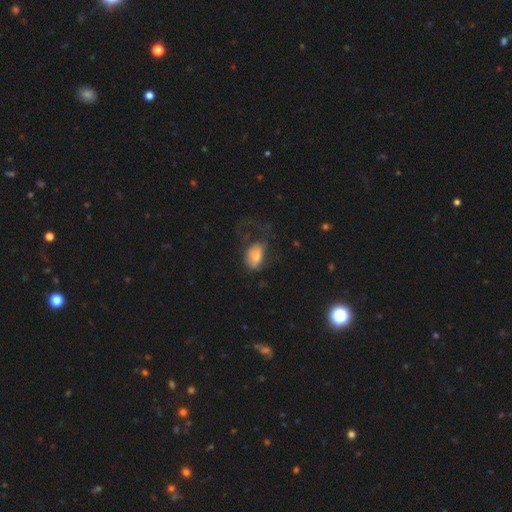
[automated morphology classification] Smooth or featured?
  - smooth: 68% *
  - featured or disk: 23%
  - star or artifact: 8%
How rounded?
  - in between: 88% *
  - round: 9%
  - cigar-shaped: 3%
Merging?
  - major disturbance: 46% *
  - none: 30%
  - minor disturbance: 22%
  - merger: 3%